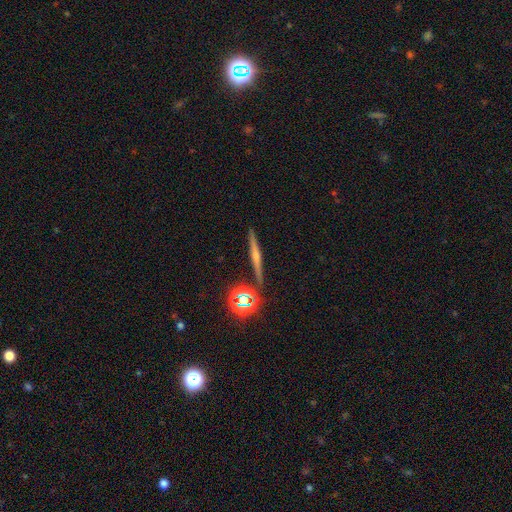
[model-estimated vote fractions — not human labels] A featured or disk galaxy (62%) viewed edge-on (94%) with a rounded central bulge (73%).

Vote fractions:
- Smooth or featured? featured or disk: 62% / smooth: 21% / star or artifact: 18%
- Edge-on disk? yes: 94% / no: 6%
- Edge-on bulge? rounded: 73% / none: 19% / boxy: 9%
- Merging? none: 84% / minor disturbance: 8% / merger: 5% / major disturbance: 3%